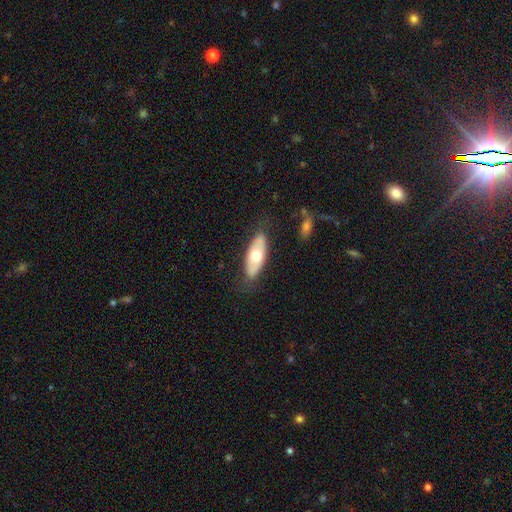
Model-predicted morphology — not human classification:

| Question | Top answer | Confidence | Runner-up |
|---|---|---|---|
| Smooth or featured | smooth | 57% | featured or disk (37%) |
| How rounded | in between | 79% | cigar-shaped (18%) |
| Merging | none | 77% | minor disturbance (16%) |